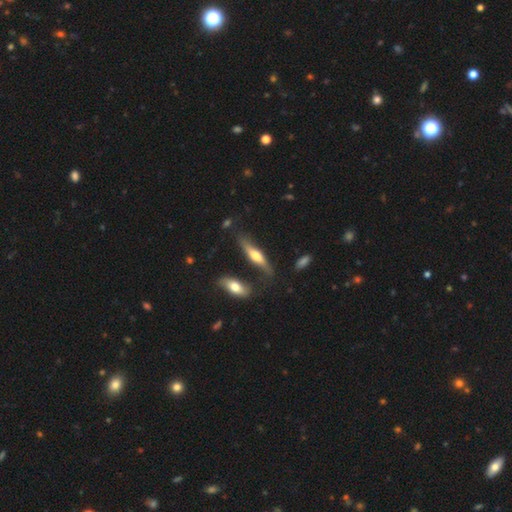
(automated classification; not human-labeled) Smooth or featured? Predicted: featured or disk (p=0.57). Edge-on disk? Predicted: yes (p=0.87). Merging? Predicted: none (p=0.67).